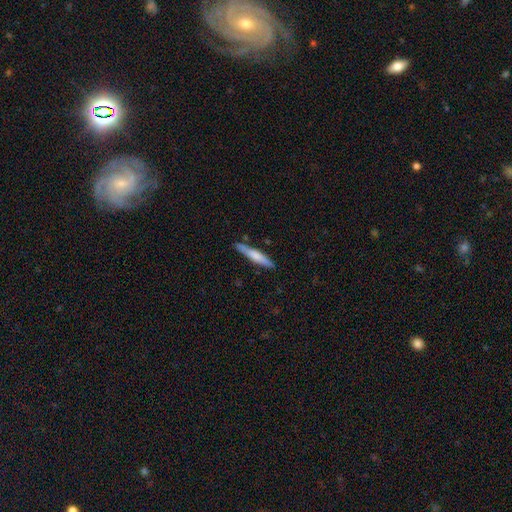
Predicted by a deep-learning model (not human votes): Smooth or featured: smooth — 62% (featured or disk — 33%)
How rounded: cigar-shaped — 92% (in between — 7%)
Merging: none — 83% (minor disturbance — 12%)